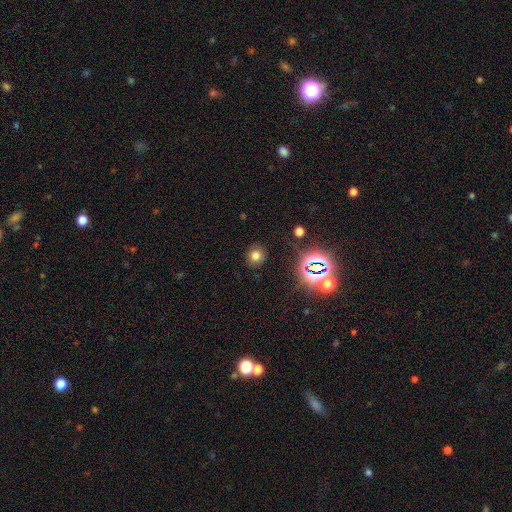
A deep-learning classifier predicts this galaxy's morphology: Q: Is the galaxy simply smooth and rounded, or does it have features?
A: smooth — 68%.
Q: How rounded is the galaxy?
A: round — 84%.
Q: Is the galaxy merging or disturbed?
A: none — 86%.